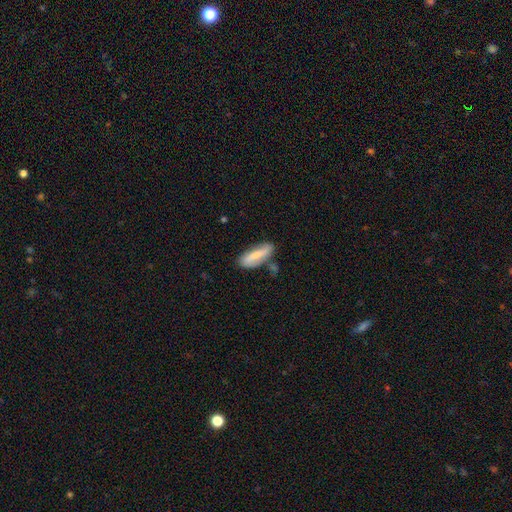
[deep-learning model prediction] Smooth or featured? Predicted: smooth (p=0.52). How rounded? Predicted: in between (p=0.58). Merging? Predicted: none (p=0.68).